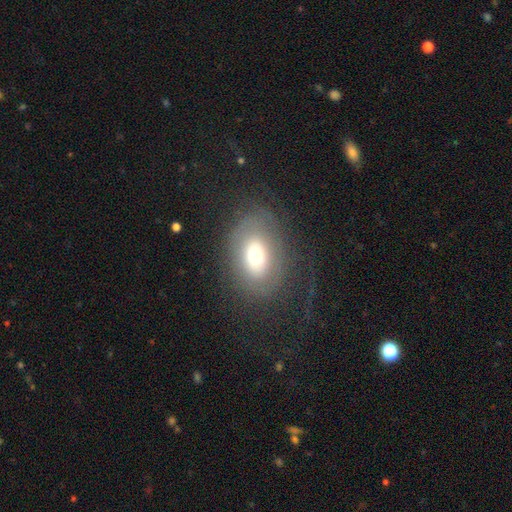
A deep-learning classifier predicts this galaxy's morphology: Smooth or featured?
  - smooth: 55% *
  - featured or disk: 34%
  - star or artifact: 11%
How rounded?
  - in between: 68% *
  - round: 31%
  - cigar-shaped: 1%
Merging?
  - none: 64% *
  - major disturbance: 18%
  - minor disturbance: 16%
  - merger: 1%